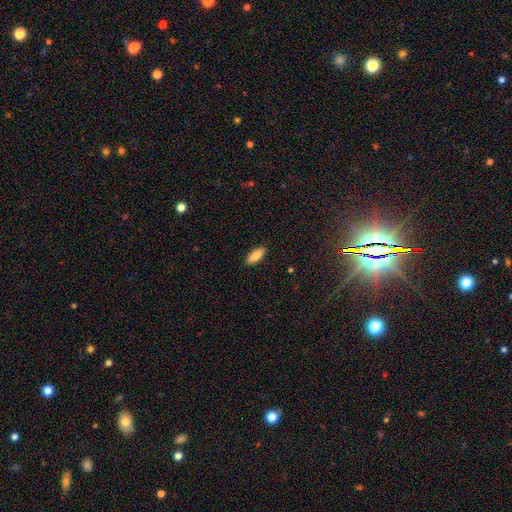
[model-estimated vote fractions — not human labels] Smooth or featured? Predicted: smooth (p=0.88). How rounded? Predicted: in between (p=0.85). Merging? Predicted: none (p=0.89).